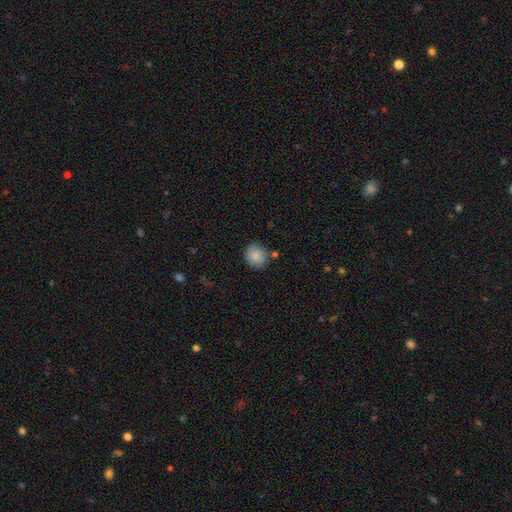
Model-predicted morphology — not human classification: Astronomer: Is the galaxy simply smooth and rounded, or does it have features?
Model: smooth — 87%.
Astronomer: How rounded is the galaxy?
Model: round — 84%.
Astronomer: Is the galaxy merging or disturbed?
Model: none — 81%.